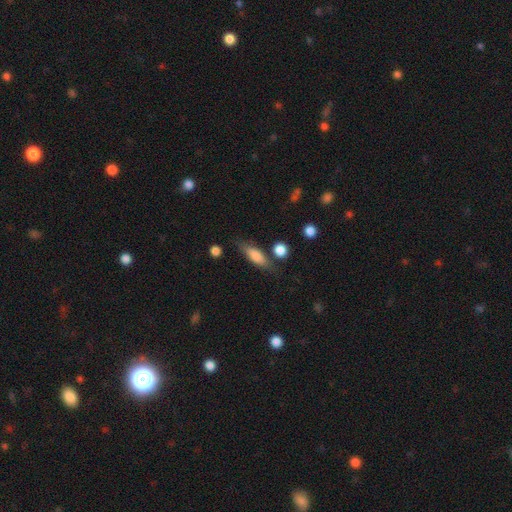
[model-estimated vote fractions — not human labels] Morphology: type=smooth (74%); roundness=in between (54%); merging=none (71%).